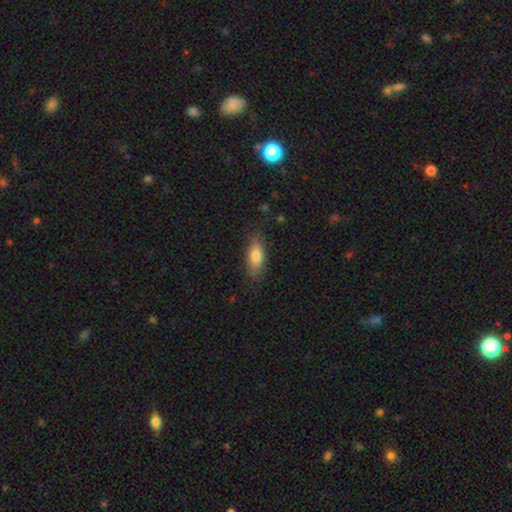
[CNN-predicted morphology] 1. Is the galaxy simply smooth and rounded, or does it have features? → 78% smooth, 15% featured or disk, 7% star or artifact.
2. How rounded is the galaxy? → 74% in between, 23% cigar-shaped, 3% round.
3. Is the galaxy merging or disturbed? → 81% none, 15% minor disturbance, 3% major disturbance, 1% merger.